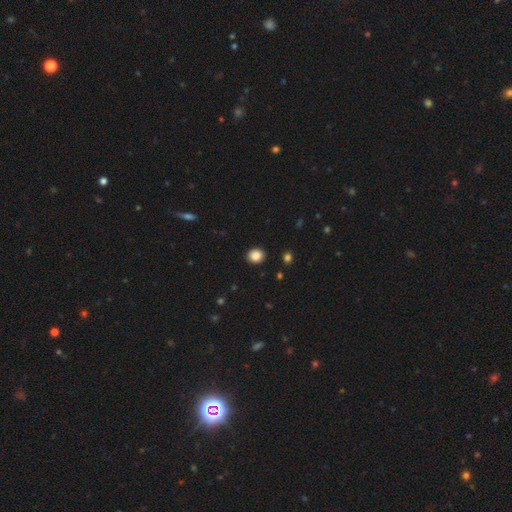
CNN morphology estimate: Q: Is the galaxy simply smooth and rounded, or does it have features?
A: smooth — 87%.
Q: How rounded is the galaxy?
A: round — 71%.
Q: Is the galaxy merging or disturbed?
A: none — 91%.